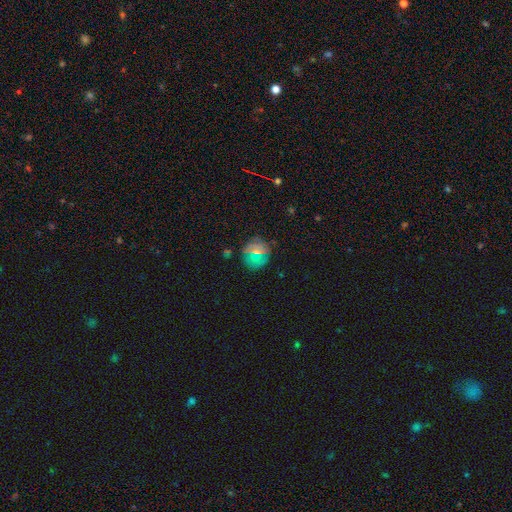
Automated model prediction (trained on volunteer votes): Smooth or featured? Predicted: smooth (p=0.53). How rounded? Predicted: round (p=0.82). Merging? Predicted: none (p=0.75).